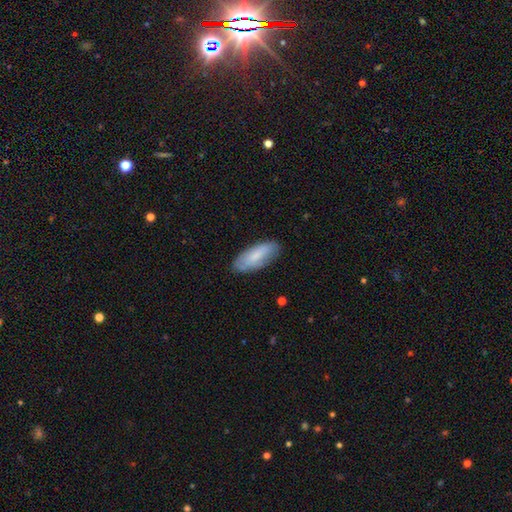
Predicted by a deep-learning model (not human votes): Smooth or featured?
  - smooth: 74% *
  - featured or disk: 20%
  - star or artifact: 6%
How rounded?
  - in between: 77% *
  - cigar-shaped: 21%
  - round: 2%
Merging?
  - none: 80% *
  - minor disturbance: 16%
  - major disturbance: 3%
  - merger: 1%